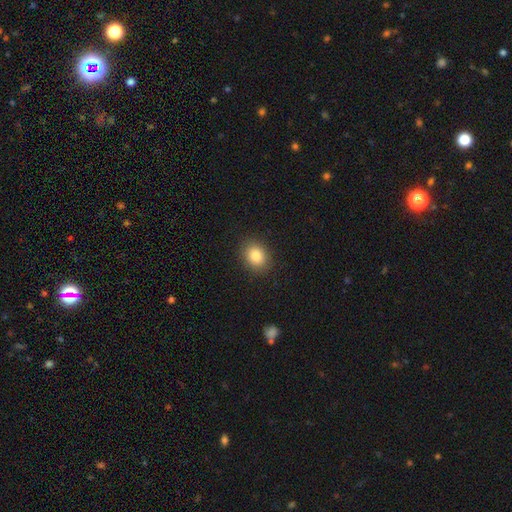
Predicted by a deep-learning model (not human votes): Smooth or featured: smooth — 84% (star or artifact — 9%)
How rounded: round — 52% (in between — 47%)
Merging: none — 89% (minor disturbance — 8%)